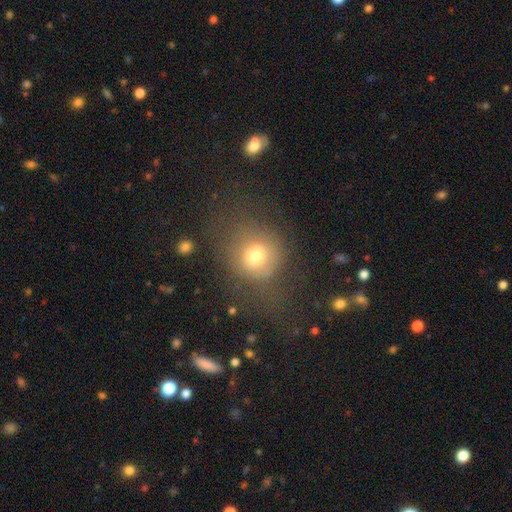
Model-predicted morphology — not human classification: smooth-or-featured: smooth: 71% | star or artifact: 14% | featured or disk: 14%
  how-rounded: round: 79% | in between: 19% | cigar-shaped: 1%
  merging: none: 53% | major disturbance: 24% | minor disturbance: 19% | merger: 4%